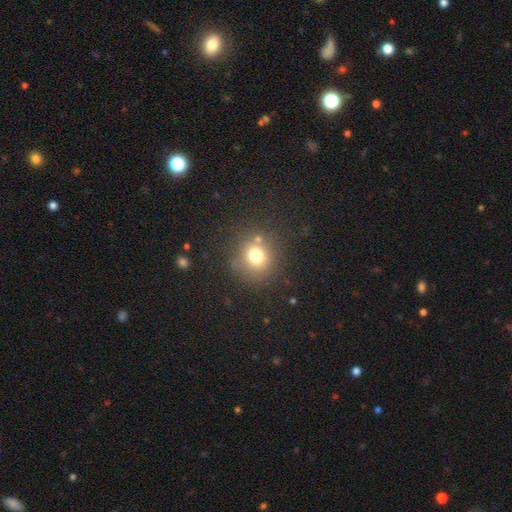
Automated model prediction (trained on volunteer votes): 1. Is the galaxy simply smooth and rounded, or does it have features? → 73% smooth, 16% star or artifact, 10% featured or disk.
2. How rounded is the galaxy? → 86% round, 13% in between, 1% cigar-shaped.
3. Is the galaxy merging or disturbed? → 78% none, 11% minor disturbance, 6% merger, 5% major disturbance.